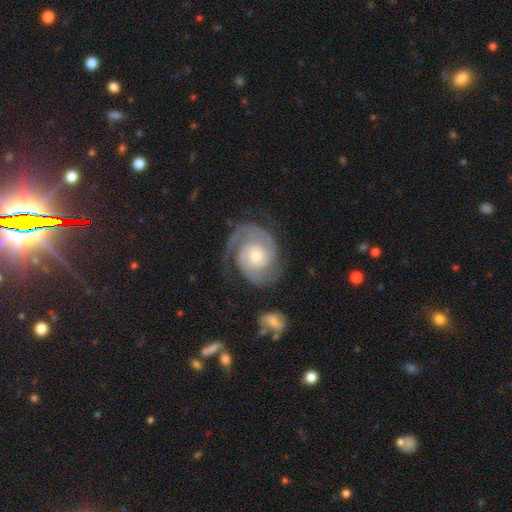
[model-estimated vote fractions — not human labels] Morphology: type=featured or disk (89%); edge-on=no (98%); bar=no (69%); spiral arms=yes (98%); winding=tight (63%); arm count=2 (78%); bulge=moderate (49%); merging=none (71%).